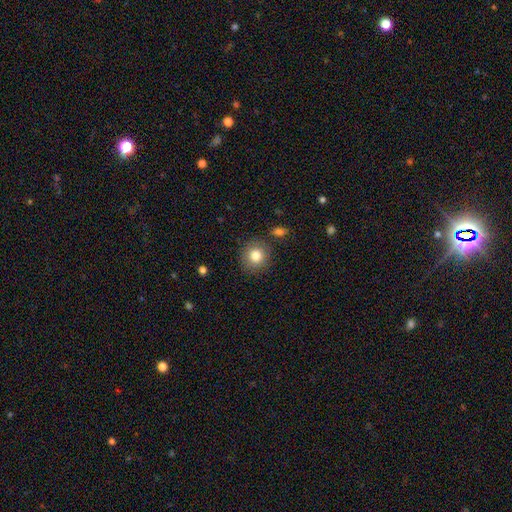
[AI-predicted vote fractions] This appears to be a smooth galaxy with no disk features (81%) that is round (91%). Merging: none (86%).